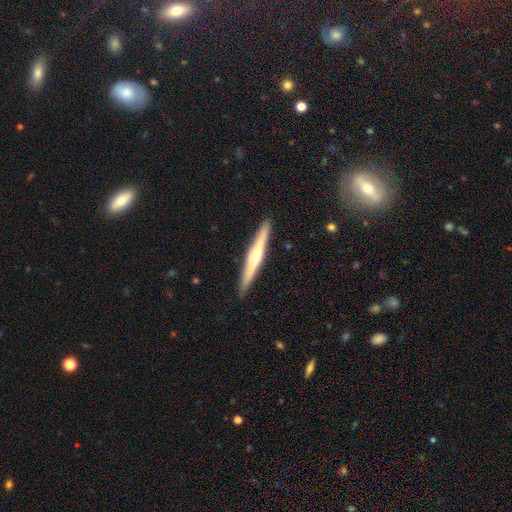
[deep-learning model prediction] smooth-or-featured: featured or disk: 62% | smooth: 32% | star or artifact: 5%
  disk-edge-on: yes: 97% | no: 3%
    edge-on-bulge: rounded: 77% | none: 18% | boxy: 6%
  merging: none: 91% | minor disturbance: 7% | major disturbance: 1% | merger: 1%